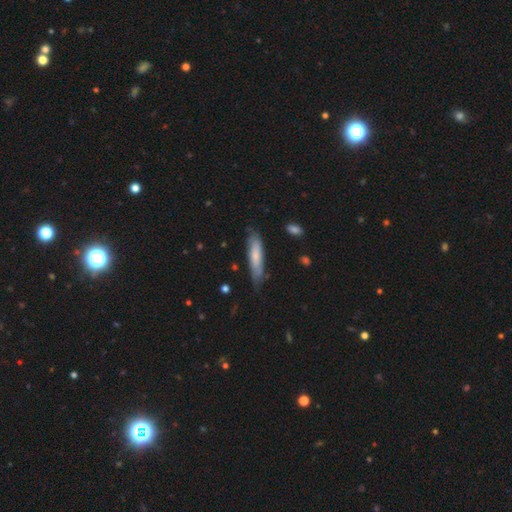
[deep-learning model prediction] Smooth or featured: smooth — 65% (featured or disk — 29%)
How rounded: cigar-shaped — 75% (in between — 23%)
Merging: none — 67% (minor disturbance — 26%)